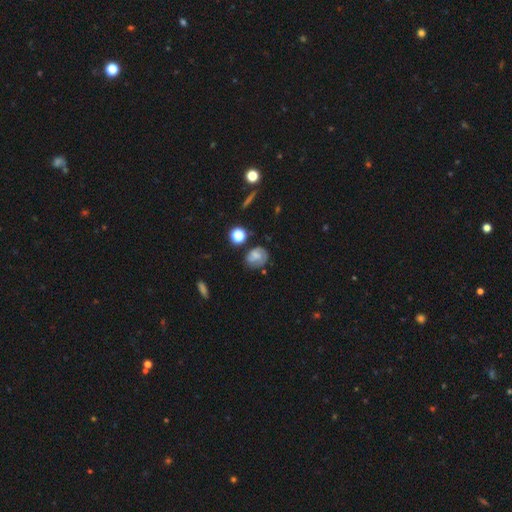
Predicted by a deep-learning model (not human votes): Smooth or featured?
  - smooth: 47% *
  - featured or disk: 40%
  - star or artifact: 12%
Merging?
  - none: 56% *
  - minor disturbance: 26%
  - major disturbance: 12%
  - merger: 6%